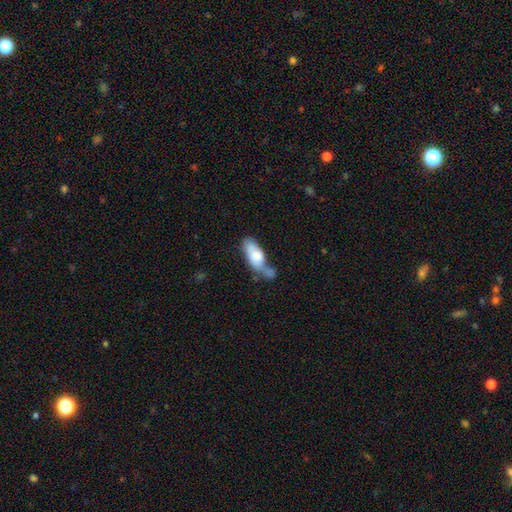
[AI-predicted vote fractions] Morphology: type=smooth (70%); roundness=in between (80%); merging=merger (36%).